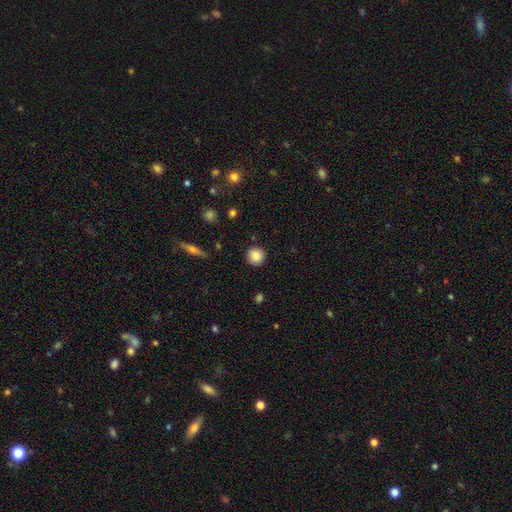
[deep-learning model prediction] This appears to be a smooth galaxy with no disk features (87%) that is round (93%). Merging: none (91%).